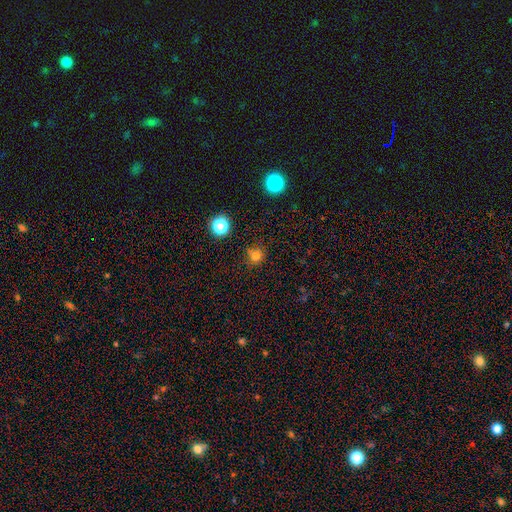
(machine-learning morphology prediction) Overall: smooth (73%). How rounded: round (89%). Merging: none (74%).